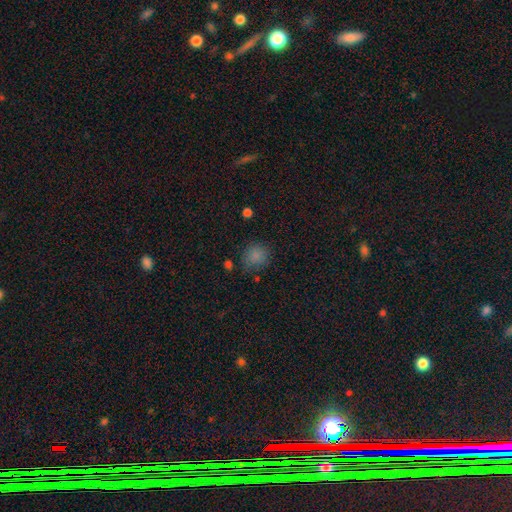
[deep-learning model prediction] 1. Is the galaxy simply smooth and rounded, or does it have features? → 82% smooth, 13% star or artifact, 5% featured or disk.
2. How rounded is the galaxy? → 83% round, 16% in between, 1% cigar-shaped.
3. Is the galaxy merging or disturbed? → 75% none, 17% minor disturbance, 5% major disturbance, 3% merger.